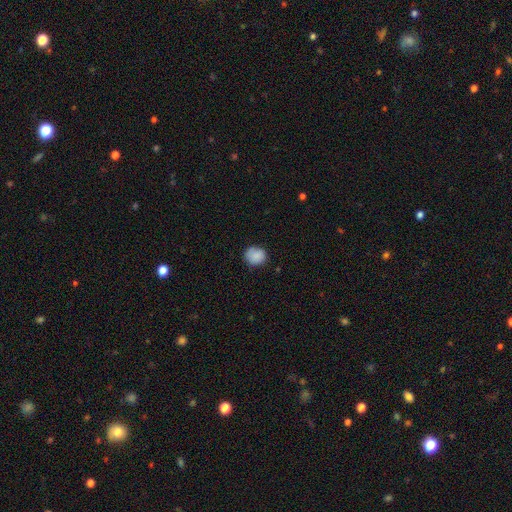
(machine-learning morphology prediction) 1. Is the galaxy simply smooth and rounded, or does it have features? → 86% smooth, 8% star or artifact, 5% featured or disk.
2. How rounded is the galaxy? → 76% round, 23% in between, 1% cigar-shaped.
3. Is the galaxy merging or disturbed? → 76% none, 19% minor disturbance, 4% major disturbance, 2% merger.